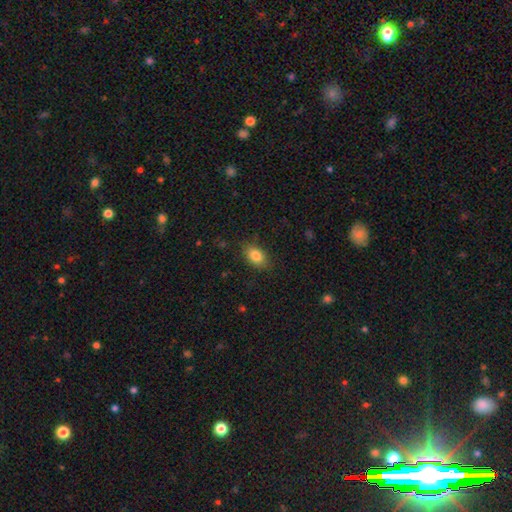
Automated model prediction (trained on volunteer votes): A smooth galaxy with no disk features (83%) that is in between round and cigar-shaped (85%). Merging: none (85%).